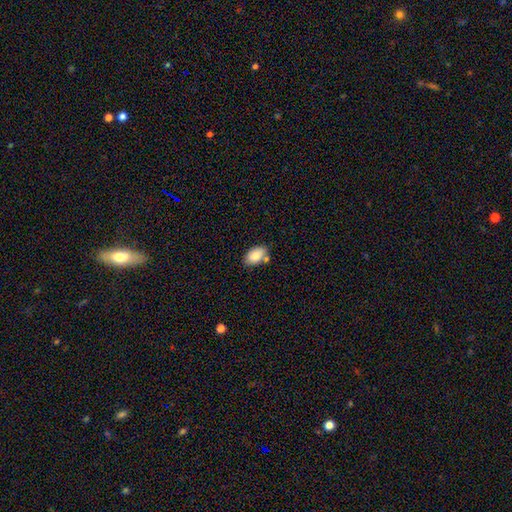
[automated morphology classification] smooth-or-featured: smooth: 84% | featured or disk: 8% | star or artifact: 7%
  how-rounded: in between: 92% | round: 7% | cigar-shaped: 2%
  merging: none: 65% | minor disturbance: 18% | merger: 13% | major disturbance: 4%